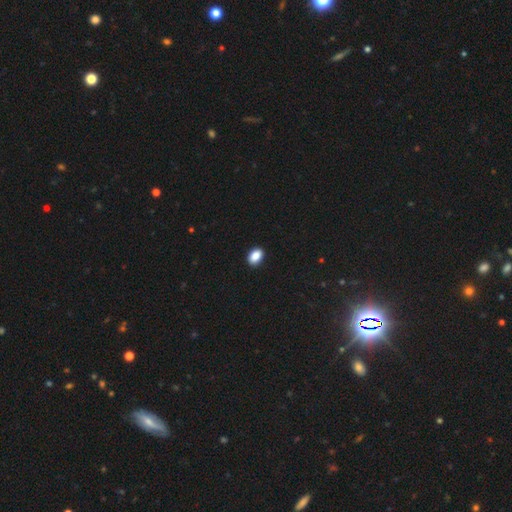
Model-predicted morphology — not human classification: type=smooth (88%); roundness=in between (85%); merging=none (91%).